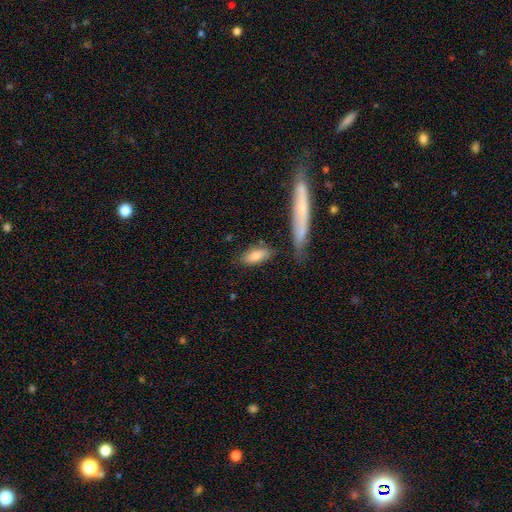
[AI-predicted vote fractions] smooth 80%, featured or disk 13%, star or artifact 6%. Down the decision tree: how rounded — in between (77%); merging — none (72%).